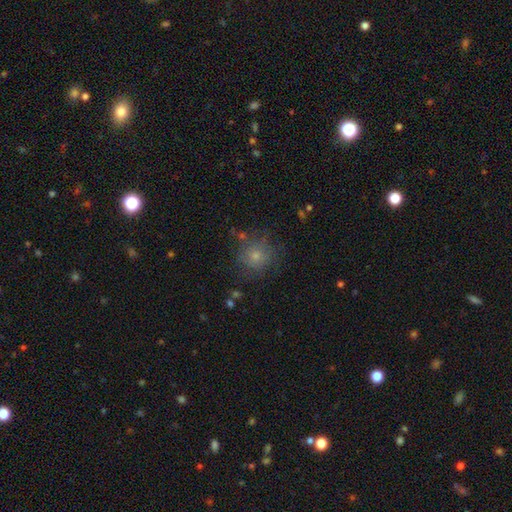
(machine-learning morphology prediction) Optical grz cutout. It shows a smooth galaxy with no disk features (63%) that is round (91%). Merging: none (80%).